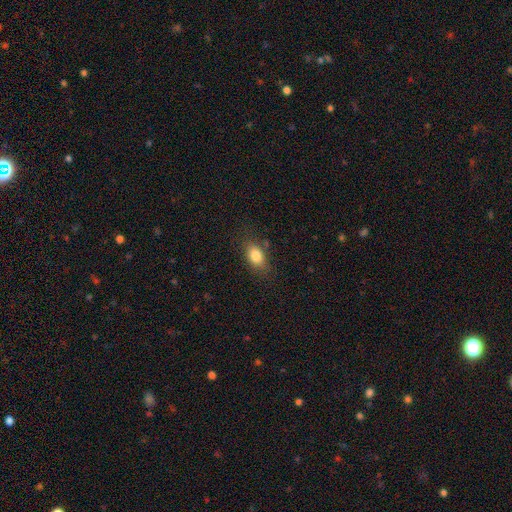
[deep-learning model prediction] The model was most divided on "merging": none: 77%, minor disturbance: 16%, major disturbance: 5%, merger: 2%. More confident: how rounded — in between (85%); smooth or featured — smooth (83%).